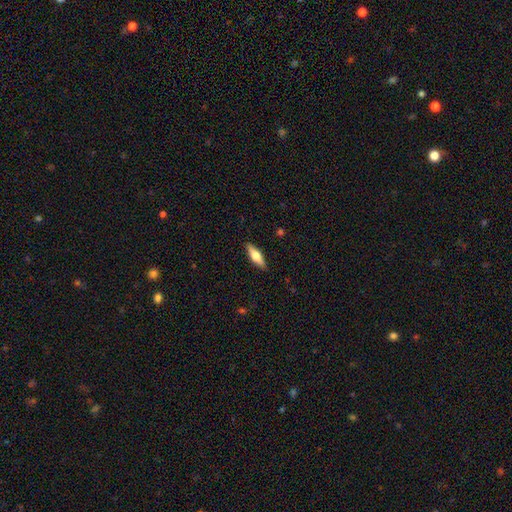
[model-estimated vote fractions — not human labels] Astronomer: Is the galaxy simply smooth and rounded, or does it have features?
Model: smooth — 51% (runner-up: featured or disk, 43%).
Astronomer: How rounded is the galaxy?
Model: cigar-shaped — 54% (runner-up: in between, 43%).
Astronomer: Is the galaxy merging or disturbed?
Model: none — 89%.